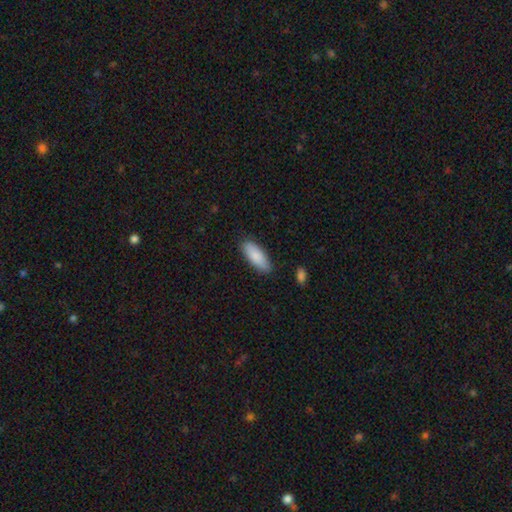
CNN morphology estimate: Overall: smooth (86%). How rounded: in between (76%). Merging: none (84%).